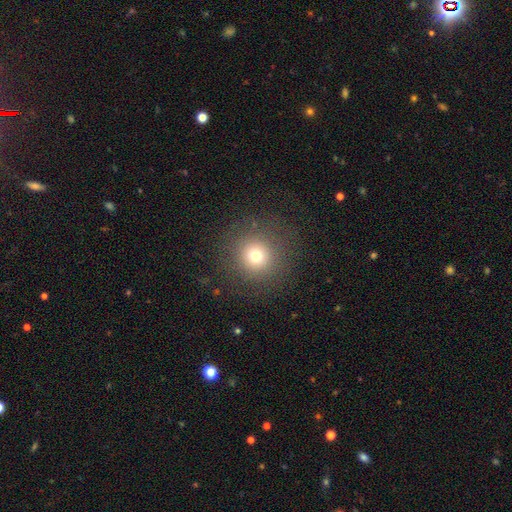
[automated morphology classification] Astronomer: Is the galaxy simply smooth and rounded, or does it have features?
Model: smooth — 73%.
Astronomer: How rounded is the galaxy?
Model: round — 95%.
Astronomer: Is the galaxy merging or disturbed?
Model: none — 87%.